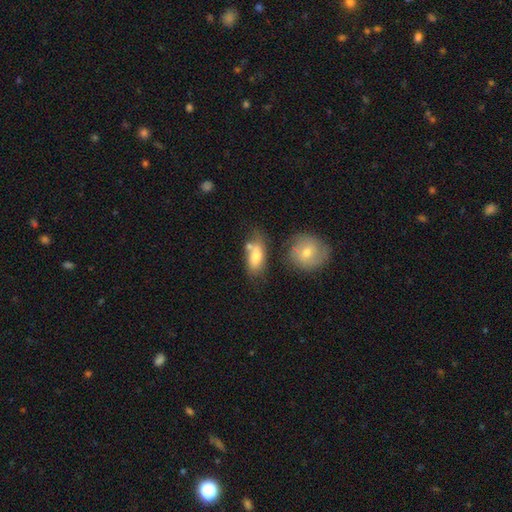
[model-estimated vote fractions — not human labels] Smooth or featured: smooth — 72% (featured or disk — 20%)
How rounded: in between — 82% (cigar-shaped — 12%)
Merging: none — 51% (minor disturbance — 22%)